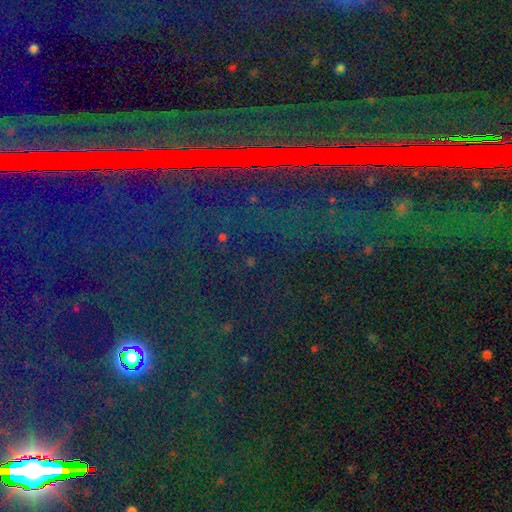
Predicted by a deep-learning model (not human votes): This appears to be a star or artifact, not a galaxy (85%).